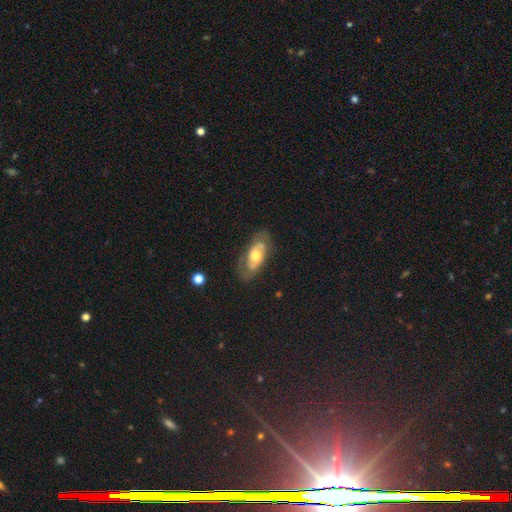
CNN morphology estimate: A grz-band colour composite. It shows a featured or disk galaxy (58%) with no bar (77%), no spiral arms (52%) and a moderate central bulge (66%). Merging: none (68%).